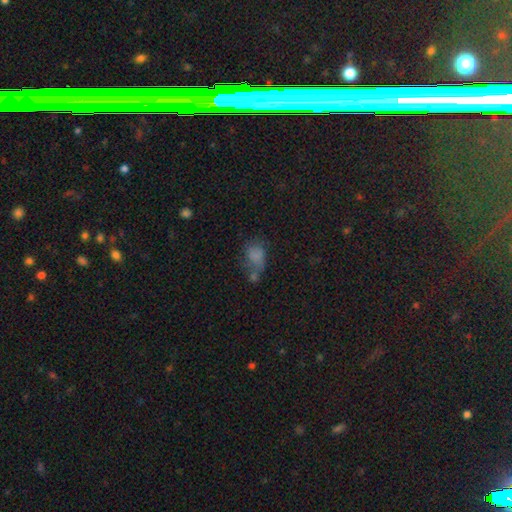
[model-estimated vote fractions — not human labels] smooth_or_featured: smooth (p=0.69) [alt: featured or disk p=0.16]
how_rounded: in between (p=0.67) [alt: round p=0.31]
merging: merger (p=0.29) [alt: none p=0.26]